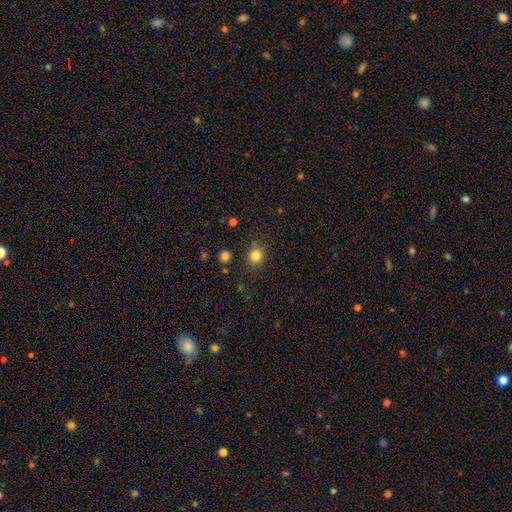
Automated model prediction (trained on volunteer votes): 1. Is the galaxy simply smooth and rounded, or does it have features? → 82% smooth, 13% star or artifact, 5% featured or disk.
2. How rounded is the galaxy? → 85% round, 15% in between, 1% cigar-shaped.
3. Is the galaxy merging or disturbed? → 83% none, 10% minor disturbance, 4% merger, 3% major disturbance.